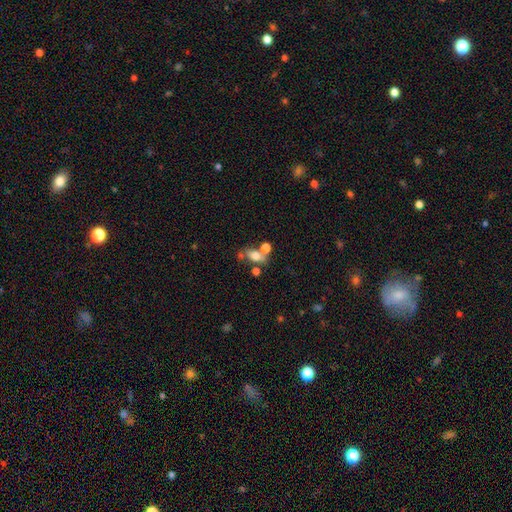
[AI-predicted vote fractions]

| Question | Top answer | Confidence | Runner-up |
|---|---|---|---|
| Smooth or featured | smooth | 64% | featured or disk (24%) |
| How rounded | in between | 75% | round (18%) |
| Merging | none | 40% | tied: merger (40%) |